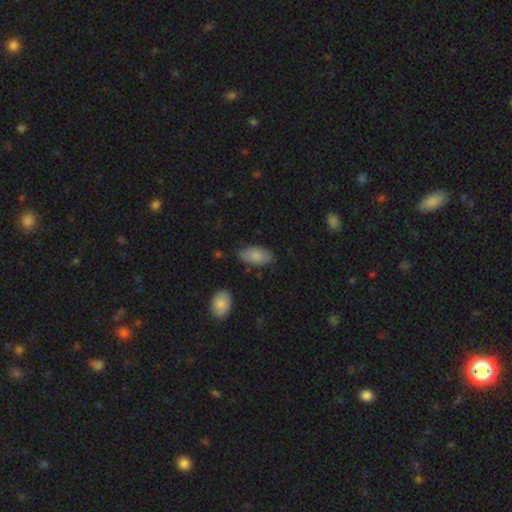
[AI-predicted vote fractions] smooth_or_featured: smooth (p=0.85) [alt: featured or disk p=0.09]
how_rounded: in between (p=0.94) [alt: cigar-shaped p=0.04]
merging: none (p=0.80) [alt: minor disturbance p=0.15]